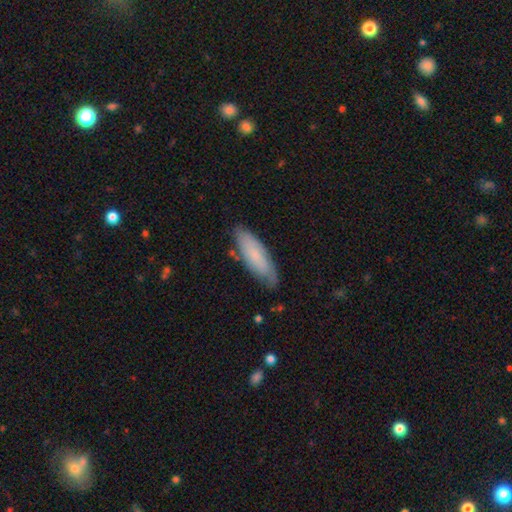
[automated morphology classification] Smooth or featured? Predicted: smooth (p=0.67). How rounded? Predicted: in between (p=0.55). Merging? Predicted: none (p=0.74).